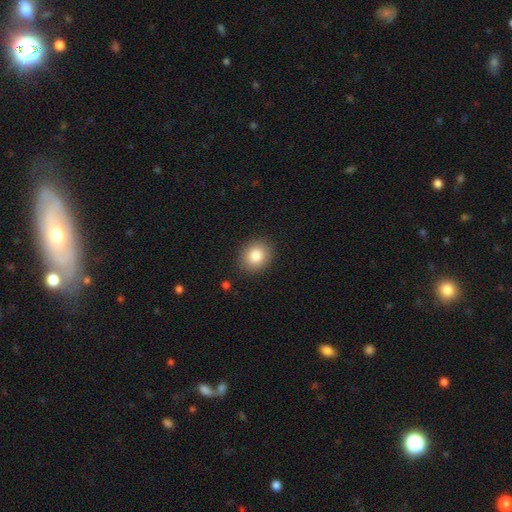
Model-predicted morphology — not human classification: Smooth or featured: smooth — 84% (star or artifact — 9%)
How rounded: round — 65% (in between — 34%)
Merging: none — 89% (minor disturbance — 7%)